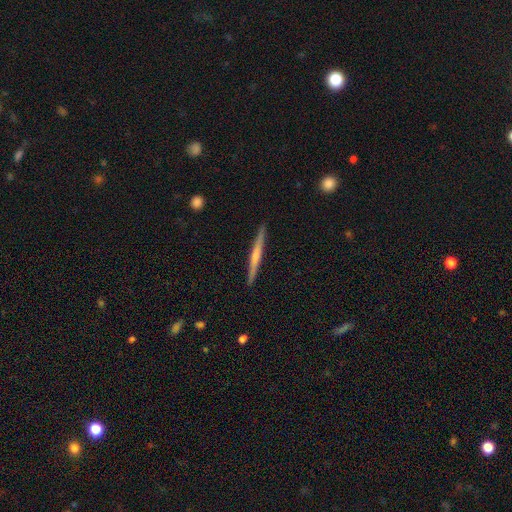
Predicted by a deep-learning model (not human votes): smooth-or-featured: featured or disk: 60% | smooth: 35% | star or artifact: 6%
  disk-edge-on: yes: 98% | no: 2%
    edge-on-bulge: rounded: 47% | none: 41% | boxy: 12%
  merging: none: 92% | minor disturbance: 6% | major disturbance: 1% | merger: 1%